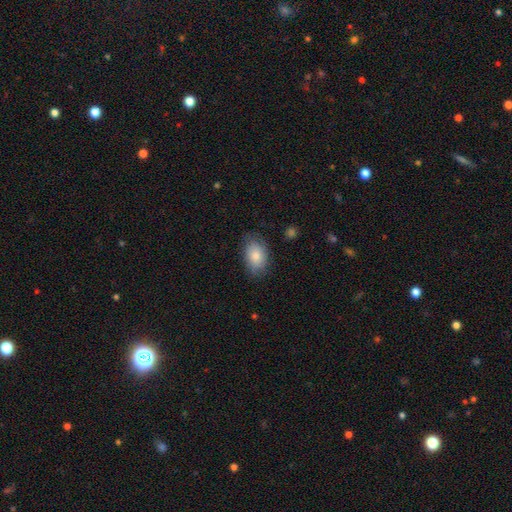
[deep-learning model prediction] A smooth galaxy with no disk features (80%) that is in between round and cigar-shaped (88%).

Vote fractions:
- Smooth or featured? smooth: 80% / featured or disk: 13% / star or artifact: 7%
- How rounded? in between: 88% / round: 11% / cigar-shaped: 1%
- Merging? none: 75% / minor disturbance: 19% / major disturbance: 5% / merger: 1%